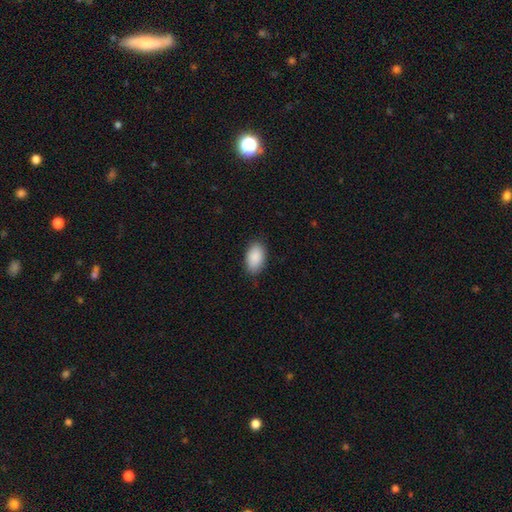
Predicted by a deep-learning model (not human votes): Smooth or featured? Predicted: smooth (p=0.90). How rounded? Predicted: in between (p=0.94). Merging? Predicted: none (p=0.83).